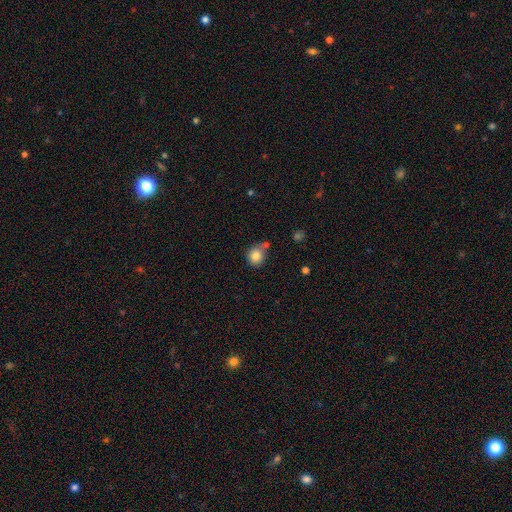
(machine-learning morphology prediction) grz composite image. It shows a smooth galaxy with no disk features (83%) that is round (85%). Merging: none (61%).